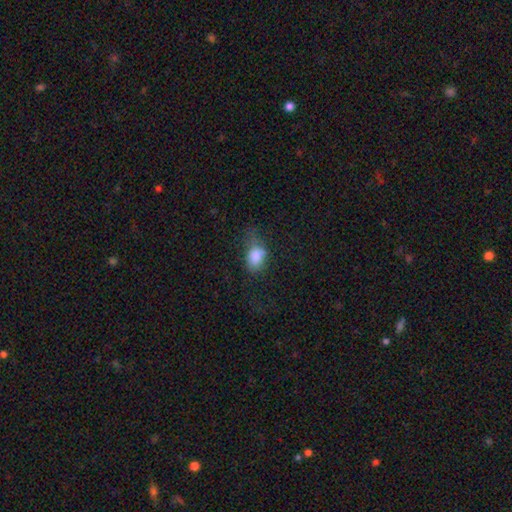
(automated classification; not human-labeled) The model was most divided on "merging": none: 40%, minor disturbance: 32%, major disturbance: 25%, merger: 3%. More confident: how rounded — in between (81%); smooth or featured — smooth (81%).